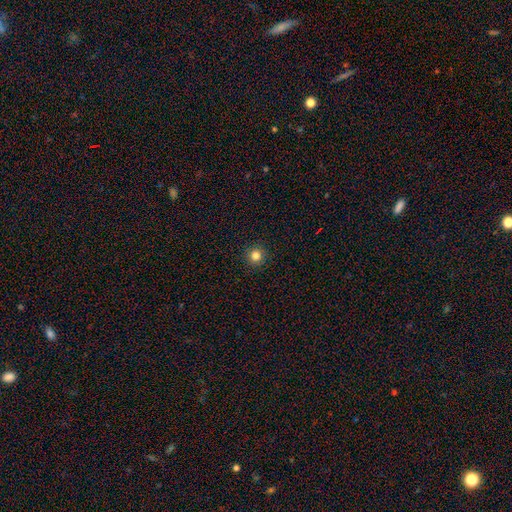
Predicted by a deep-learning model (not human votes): Morphology: type=smooth (83%); roundness=round (95%); merging=none (93%).